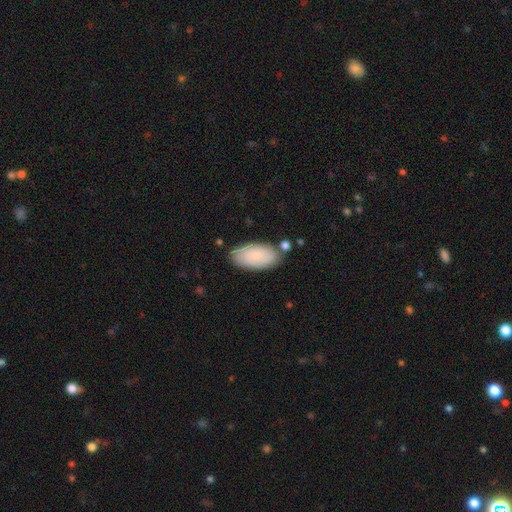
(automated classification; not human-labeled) Smooth or featured: smooth — 85% (featured or disk — 9%)
How rounded: in between — 94% (cigar-shaped — 4%)
Merging: none — 76% (minor disturbance — 15%)